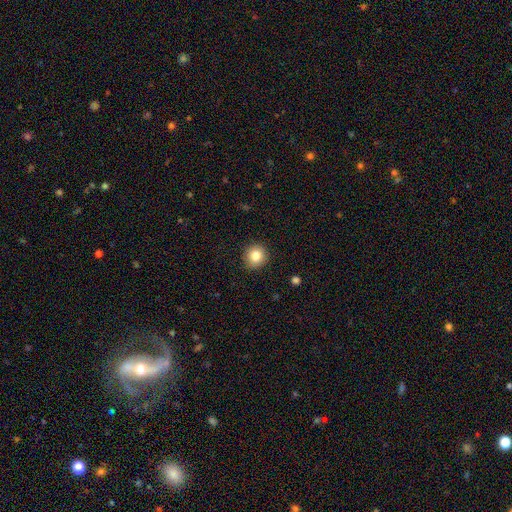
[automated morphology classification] Q: Smooth or featured?
A: smooth (83%); runner-up: star or artifact (10%)
Q: How rounded?
A: round (90%); runner-up: in between (9%)
Q: Merging?
A: none (91%); runner-up: minor disturbance (6%)